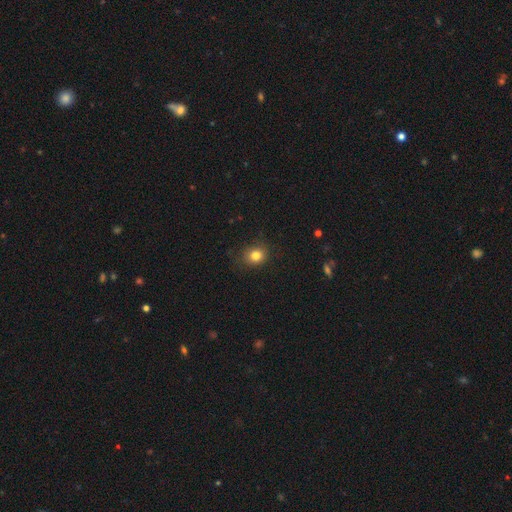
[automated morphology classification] A smooth galaxy with no disk features (82%) that is round (72%).

Vote fractions:
- Smooth or featured? smooth: 82% / star or artifact: 12% / featured or disk: 6%
- How rounded? round: 72% / in between: 27% / cigar-shaped: 1%
- Merging? none: 83% / minor disturbance: 12% / major disturbance: 3% / merger: 1%